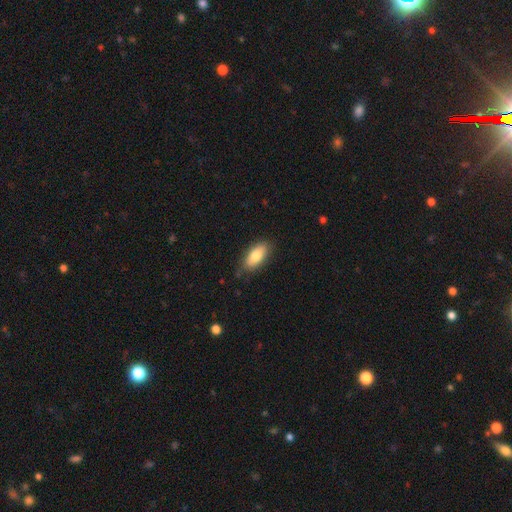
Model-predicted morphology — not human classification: This appears to be a smooth galaxy with no disk features (78%) that is in between round and cigar-shaped (86%). Merging: none (81%).